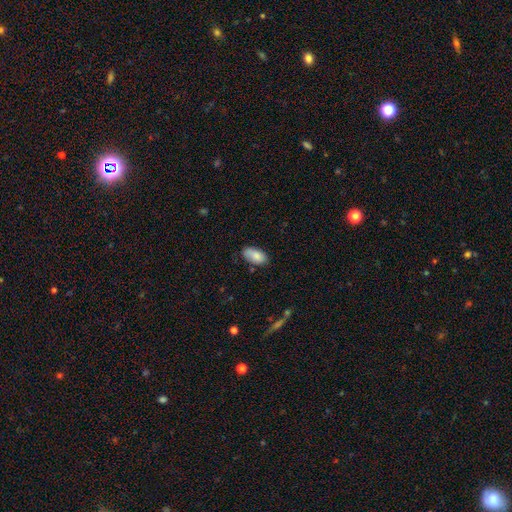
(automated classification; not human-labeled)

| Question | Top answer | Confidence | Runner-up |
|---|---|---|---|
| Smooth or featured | smooth | 84% | featured or disk (10%) |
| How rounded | in between | 94% | cigar-shaped (3%) |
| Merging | none | 73% | minor disturbance (21%) |